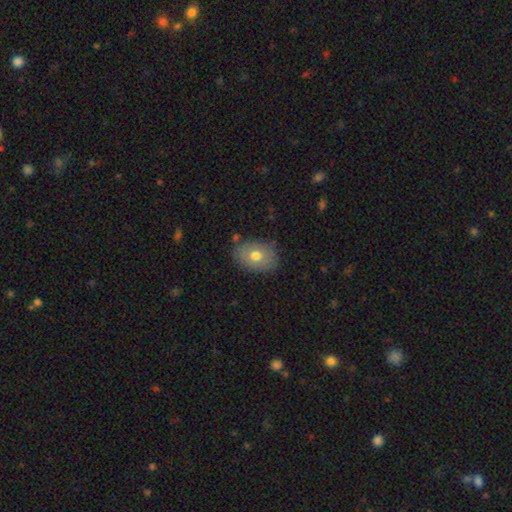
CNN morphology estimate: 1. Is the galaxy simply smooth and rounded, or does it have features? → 71% smooth, 20% featured or disk, 8% star or artifact.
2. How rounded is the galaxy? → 75% in between, 23% round, 1% cigar-shaped.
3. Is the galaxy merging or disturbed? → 80% none, 14% minor disturbance, 3% major disturbance, 2% merger.